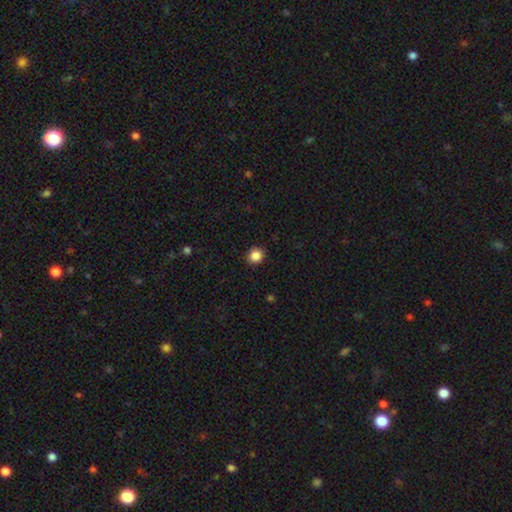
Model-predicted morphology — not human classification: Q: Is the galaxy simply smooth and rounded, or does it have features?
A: smooth — 86%.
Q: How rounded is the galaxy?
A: round — 90%.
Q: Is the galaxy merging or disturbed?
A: none — 92%.